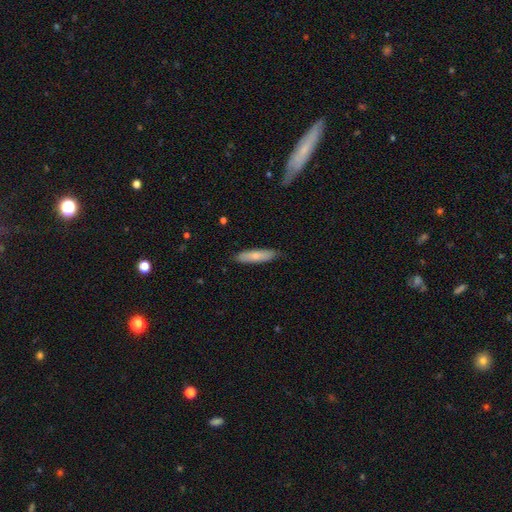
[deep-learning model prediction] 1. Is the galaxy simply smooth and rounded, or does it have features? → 74% smooth, 20% featured or disk, 6% star or artifact.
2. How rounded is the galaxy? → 75% cigar-shaped, 24% in between, 2% round.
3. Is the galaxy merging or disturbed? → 85% none, 12% minor disturbance, 2% major disturbance, 1% merger.